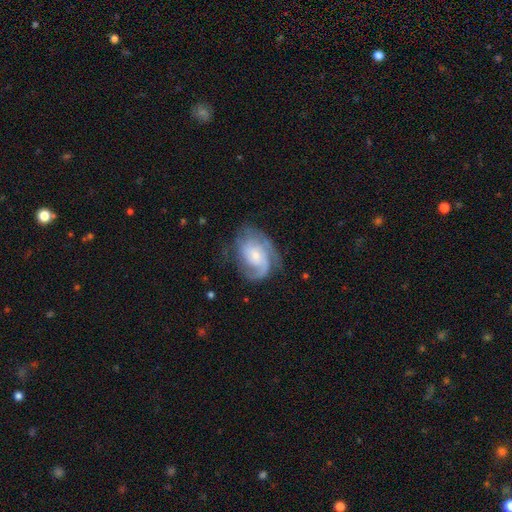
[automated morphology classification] This appears to be a featured or disk galaxy (78%) with no bar (67%), 2 (37%) medium (41%) spiral arms (93%) and a small central bulge (56%). Merging: none (61%).